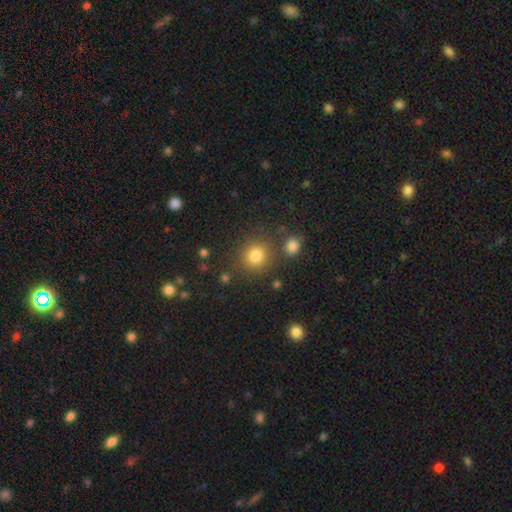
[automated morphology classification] A smooth galaxy with no disk features (81%) that is round (88%). Merging: none (81%).